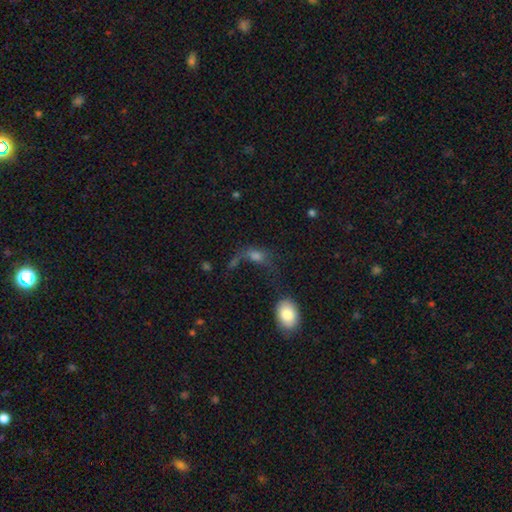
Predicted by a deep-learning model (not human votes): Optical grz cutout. It shows a smooth galaxy with no disk features (65%) that is in between round and cigar-shaped (71%). Merging: major disturbance (37%).